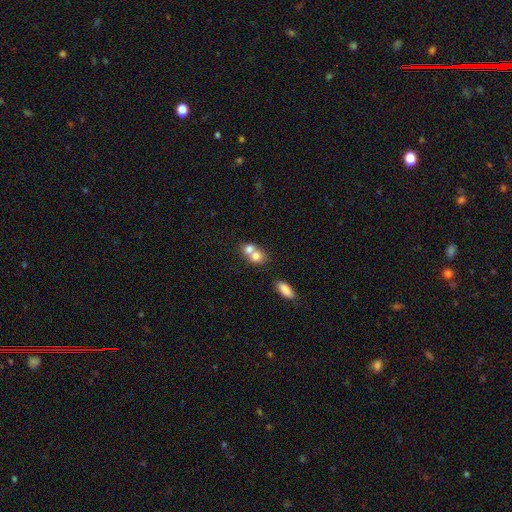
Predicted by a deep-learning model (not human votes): Smooth or featured?
  - smooth: 72% *
  - featured or disk: 19%
  - star or artifact: 9%
How rounded?
  - round: 59% *
  - in between: 40%
  - cigar-shaped: 2%
Merging?
  - merger: 70% *
  - none: 22%
  - minor disturbance: 5%
  - major disturbance: 3%